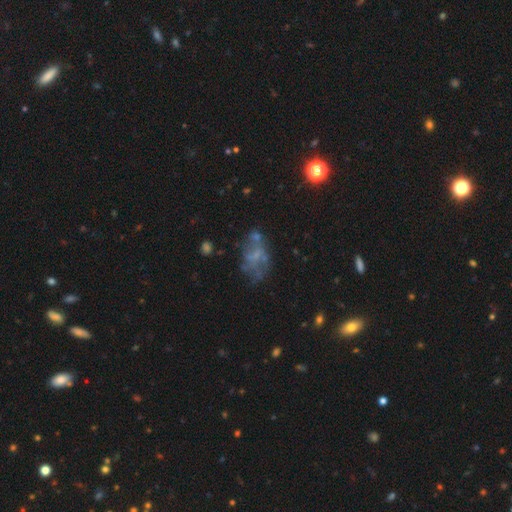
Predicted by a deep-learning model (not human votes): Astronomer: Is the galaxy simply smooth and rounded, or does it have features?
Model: featured or disk — 51% (runner-up: smooth, 31%).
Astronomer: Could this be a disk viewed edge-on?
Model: no — 96%.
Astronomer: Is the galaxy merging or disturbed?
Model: none — 43% (runner-up: major disturbance, 25%).